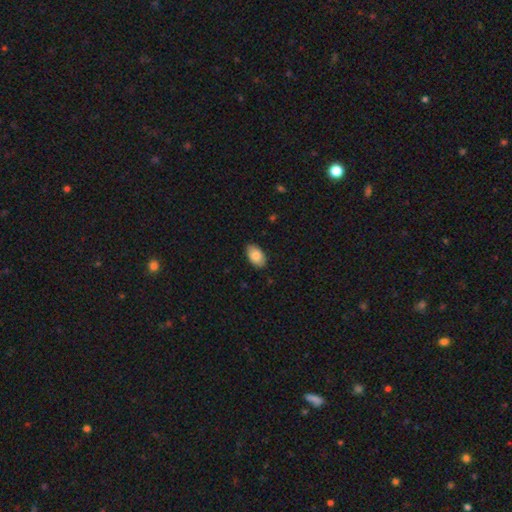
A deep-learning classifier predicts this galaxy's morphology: A smooth galaxy with no disk features (85%) that is in between round and cigar-shaped (94%).

Vote fractions:
- Smooth or featured? smooth: 85% / featured or disk: 8% / star or artifact: 6%
- How rounded? in between: 94% / round: 5% / cigar-shaped: 1%
- Merging? none: 87% / minor disturbance: 10% / major disturbance: 2% / merger: 1%